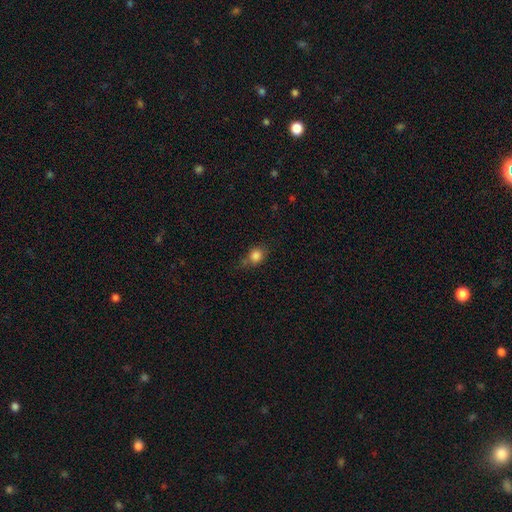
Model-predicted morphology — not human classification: type=smooth (82%); roundness=round (58%); merging=none (59%).